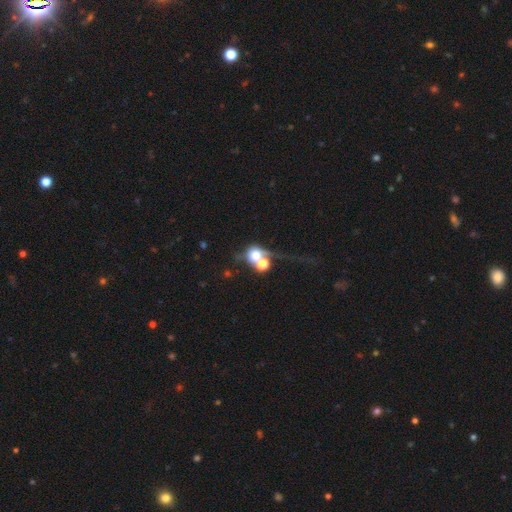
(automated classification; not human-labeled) Smooth or featured: smooth — 60% (featured or disk — 25%)
How rounded: round — 72% (in between — 26%)
Merging: merger — 51% (none — 22%)